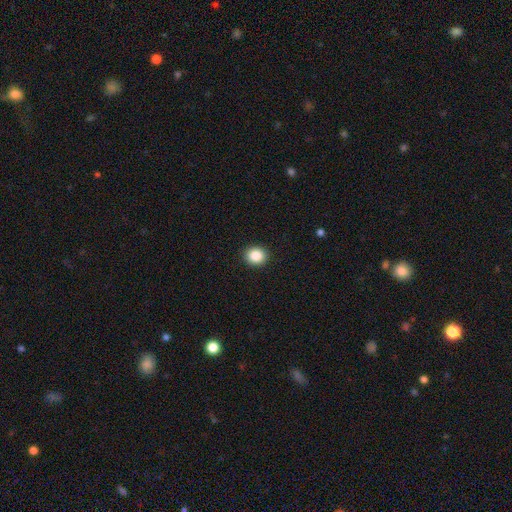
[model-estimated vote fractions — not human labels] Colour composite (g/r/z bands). It shows a smooth galaxy with no disk features (87%) that is round (76%). Merging: none (92%).